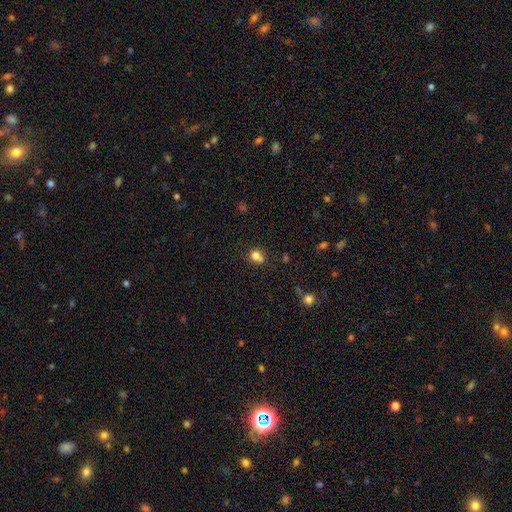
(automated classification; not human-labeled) Smooth or featured? smooth (79%)
How rounded? round (69%)
Merging? none (52%)